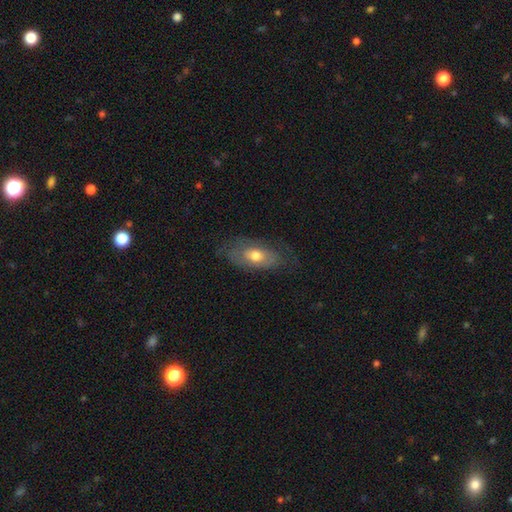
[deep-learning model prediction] The model was most divided on "smooth or featured": smooth: 53%, featured or disk: 40%, star or artifact: 7%. More confident: how rounded — in between (87%); merging — none (65%).